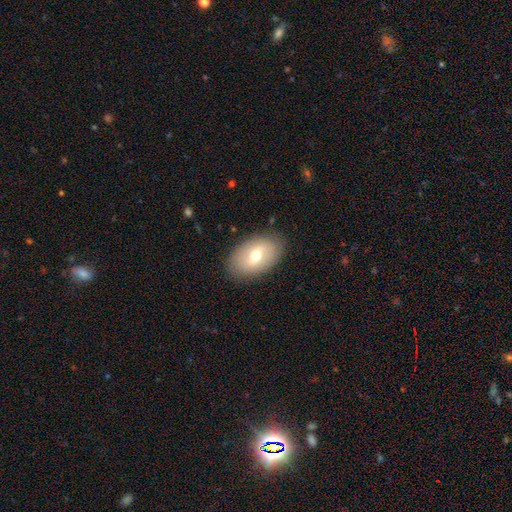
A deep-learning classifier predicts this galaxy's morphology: Smooth or featured? Predicted: smooth (p=0.58). How rounded? Predicted: in between (p=0.89). Merging? Predicted: none (p=0.85).